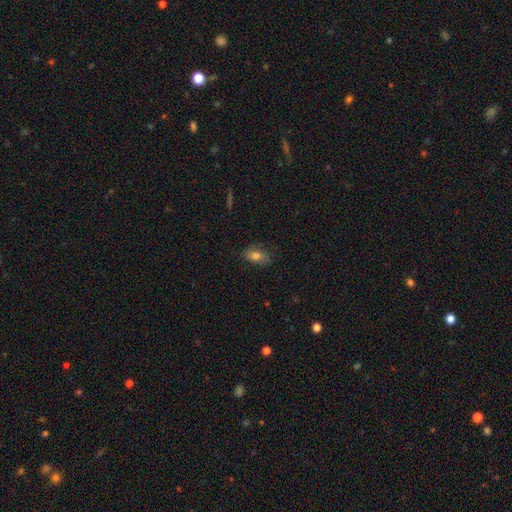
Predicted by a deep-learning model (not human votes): Smooth or featured: smooth — 71% (featured or disk — 19%)
How rounded: in between — 85% (round — 11%)
Merging: none — 70% (minor disturbance — 21%)